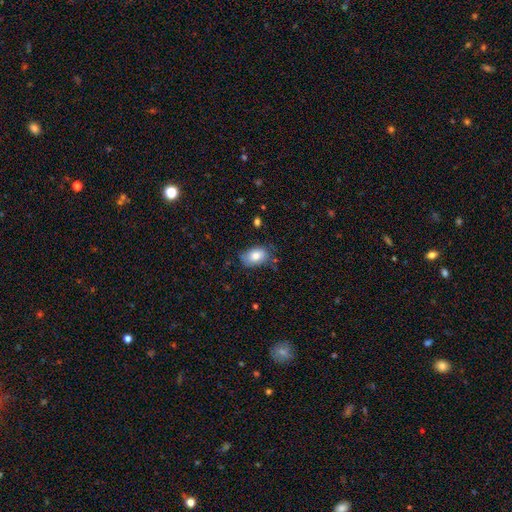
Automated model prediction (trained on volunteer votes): smooth_or_featured: smooth (p=0.80) [alt: featured or disk p=0.12]
how_rounded: in between (p=0.87) [alt: round p=0.12]
merging: none (p=0.69) [alt: minor disturbance p=0.24]